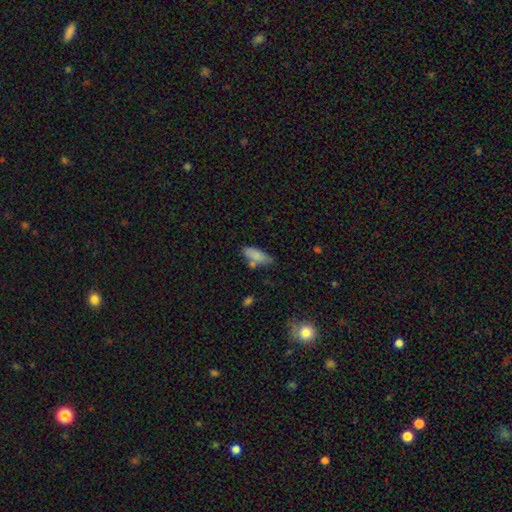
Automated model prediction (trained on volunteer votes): A smooth galaxy with no disk features (82%) that is in between round and cigar-shaped (73%).

Vote fractions:
- Smooth or featured? smooth: 82% / featured or disk: 11% / star or artifact: 8%
- How rounded? in between: 73% / cigar-shaped: 25% / round: 2%
- Merging? none: 58% / minor disturbance: 24% / merger: 12% / major disturbance: 6%